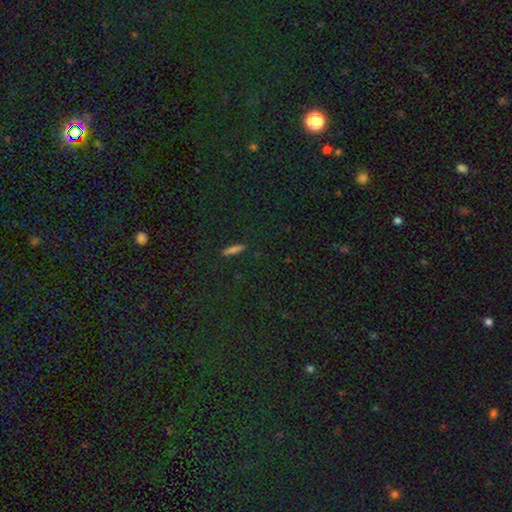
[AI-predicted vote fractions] A star or artifact, not a galaxy (70%).